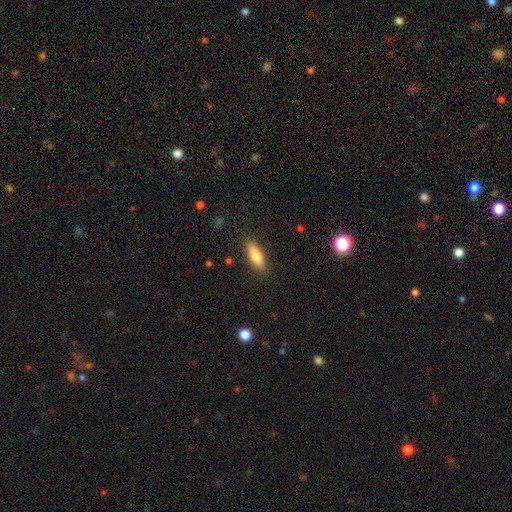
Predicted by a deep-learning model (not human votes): smooth-or-featured: smooth: 70% | featured or disk: 23% | star or artifact: 7%
  how-rounded: in between: 57% | cigar-shaped: 41% | round: 3%
  merging: none: 87% | minor disturbance: 9% | major disturbance: 2% | merger: 1%